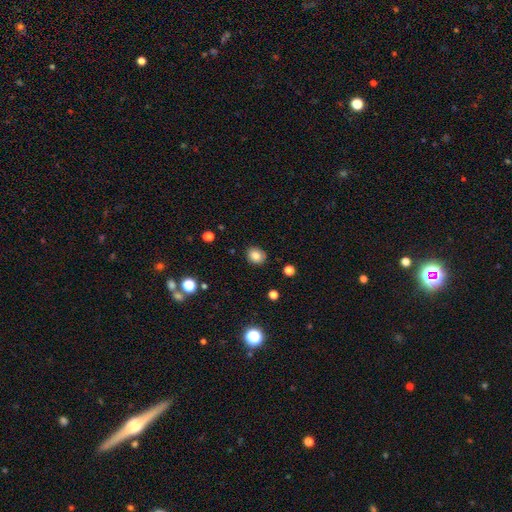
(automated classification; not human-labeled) Q: Smooth or featured?
A: smooth (84%); runner-up: star or artifact (11%)
Q: How rounded?
A: round (65%); runner-up: in between (35%)
Q: Merging?
A: none (87%); runner-up: minor disturbance (10%)